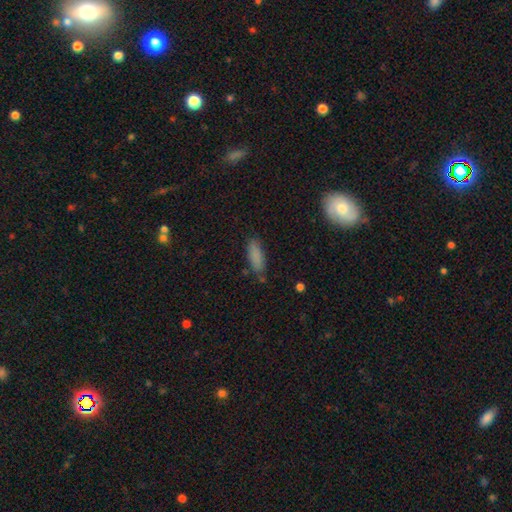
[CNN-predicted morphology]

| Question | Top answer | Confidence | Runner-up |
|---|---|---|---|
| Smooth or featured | smooth | 84% | star or artifact (9%) |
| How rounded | in between | 63% | cigar-shaped (34%) |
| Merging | none | 76% | minor disturbance (17%) |